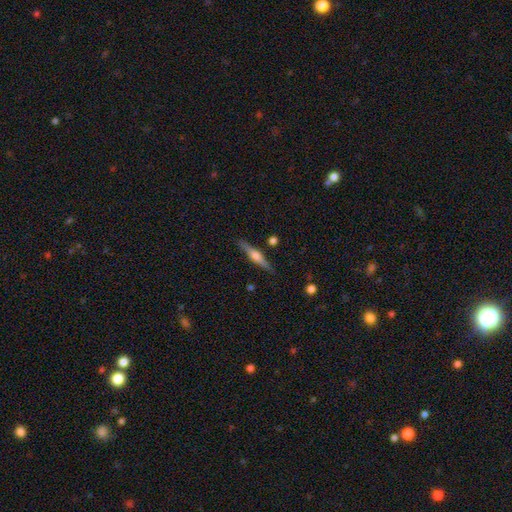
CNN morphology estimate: The model was most divided on "smooth or featured": featured or disk: 65%, smooth: 29%, star or artifact: 6%. More confident: edge-on disk — yes (97%); merging — none (87%); edge-on bulge — rounded (83%).